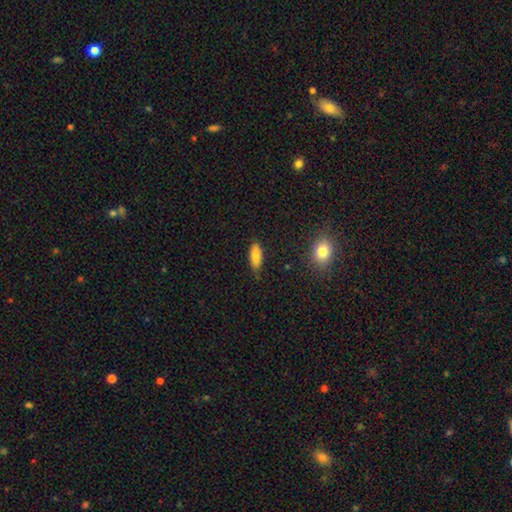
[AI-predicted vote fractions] smooth 83%, featured or disk 10%, star or artifact 7%. Down the decision tree: how rounded — in between (72%); merging — none (78%).